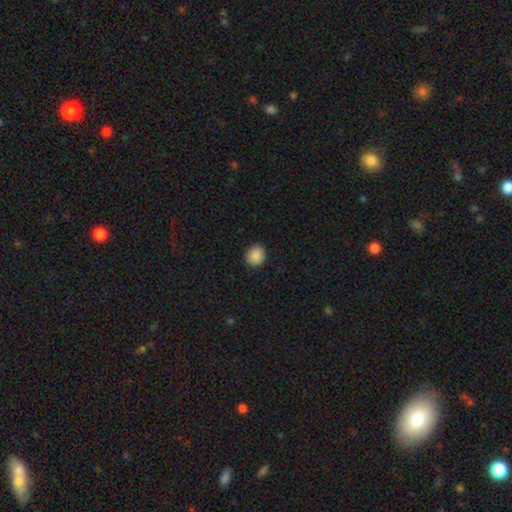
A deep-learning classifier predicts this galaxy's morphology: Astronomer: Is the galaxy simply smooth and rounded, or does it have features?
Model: smooth — 88%.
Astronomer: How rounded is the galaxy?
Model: round — 84%.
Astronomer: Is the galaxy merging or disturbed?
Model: none — 91%.